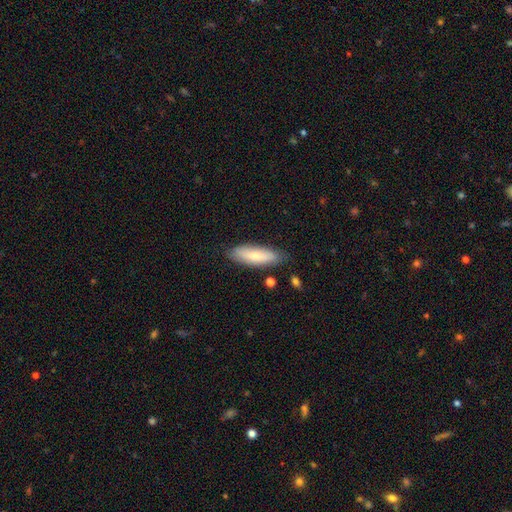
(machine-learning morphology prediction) Smooth or featured?
  - smooth: 72% *
  - featured or disk: 22%
  - star or artifact: 6%
How rounded?
  - in between: 60% *
  - cigar-shaped: 38%
  - round: 2%
Merging?
  - none: 81% *
  - minor disturbance: 14%
  - major disturbance: 3%
  - merger: 2%